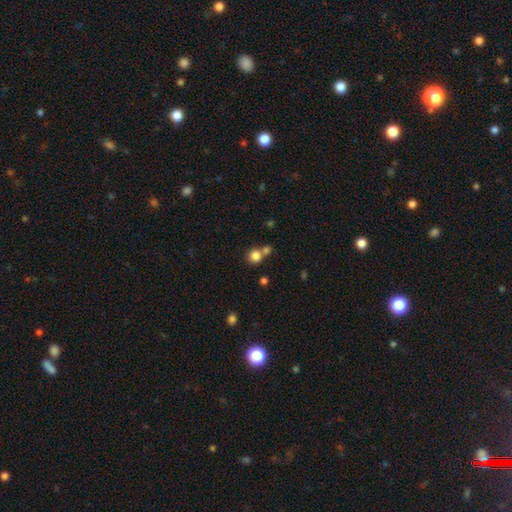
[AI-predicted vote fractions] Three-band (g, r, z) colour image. It shows a smooth galaxy with no disk features (82%) that is round (89%). Merging: none (57%).